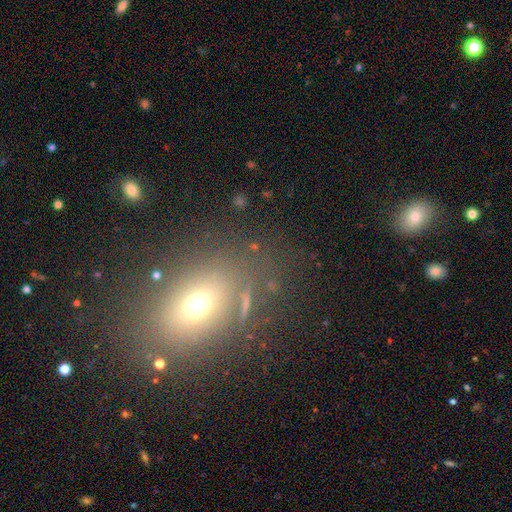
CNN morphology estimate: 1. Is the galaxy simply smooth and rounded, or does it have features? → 57% smooth, 23% star or artifact, 20% featured or disk.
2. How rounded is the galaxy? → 68% in between, 30% round, 3% cigar-shaped.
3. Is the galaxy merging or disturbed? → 76% none, 13% minor disturbance, 7% major disturbance, 5% merger.